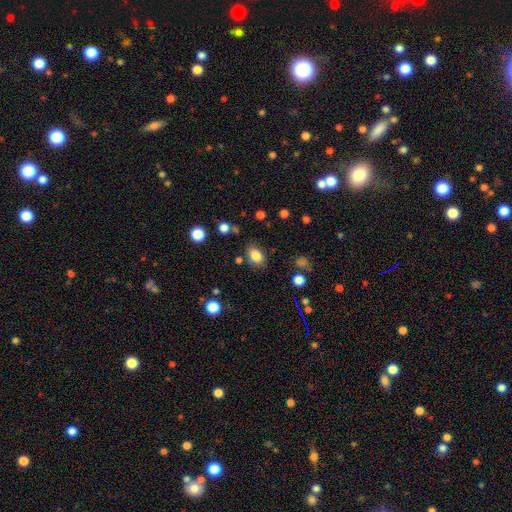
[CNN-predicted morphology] Smooth or featured?
  - smooth: 83% *
  - star or artifact: 10%
  - featured or disk: 7%
How rounded?
  - in between: 81% *
  - round: 18%
  - cigar-shaped: 1%
Merging?
  - none: 78% *
  - minor disturbance: 13%
  - merger: 4%
  - major disturbance: 4%